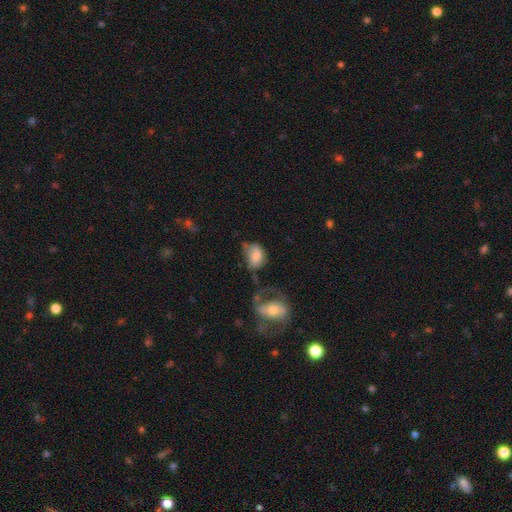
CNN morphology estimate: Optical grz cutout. It shows a smooth galaxy with no disk features (70%) that is in between round and cigar-shaped (74%). Merging: none (34%).